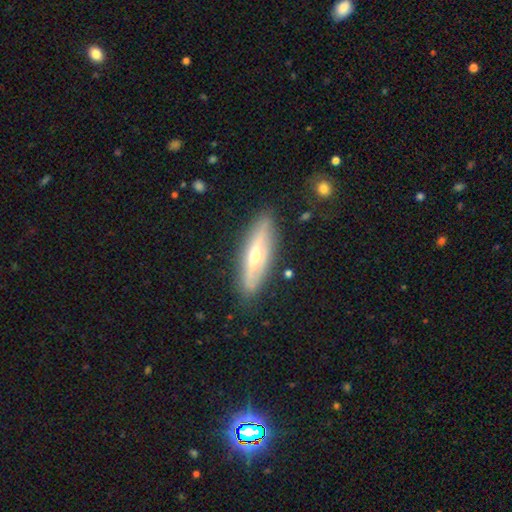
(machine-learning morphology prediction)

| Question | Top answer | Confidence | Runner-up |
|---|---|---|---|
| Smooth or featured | featured or disk | 65% | smooth (29%) |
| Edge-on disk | yes | 81% | no (19%) |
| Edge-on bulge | rounded | 86% | none (10%) |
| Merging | none | 86% | minor disturbance (10%) |